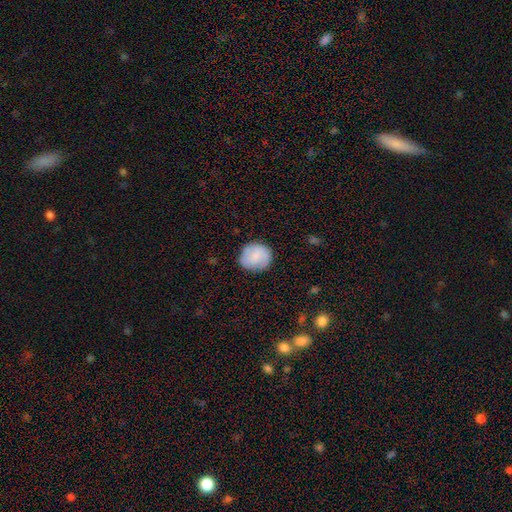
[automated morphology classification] A smooth galaxy with no disk features (71%) that is round (85%). Merging: none (83%).